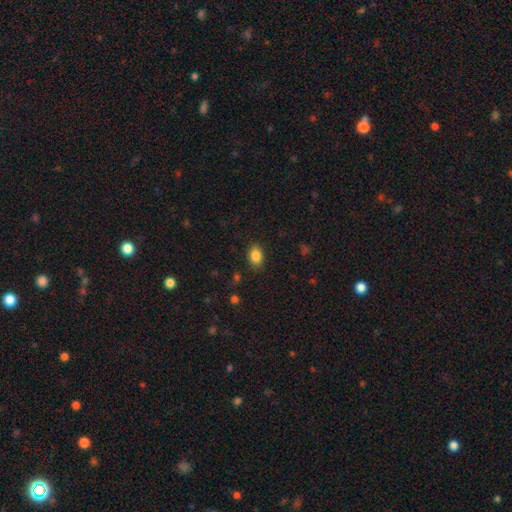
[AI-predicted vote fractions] This appears to be a smooth galaxy with no disk features (86%) that is in between round and cigar-shaped (83%). Merging: none (85%).